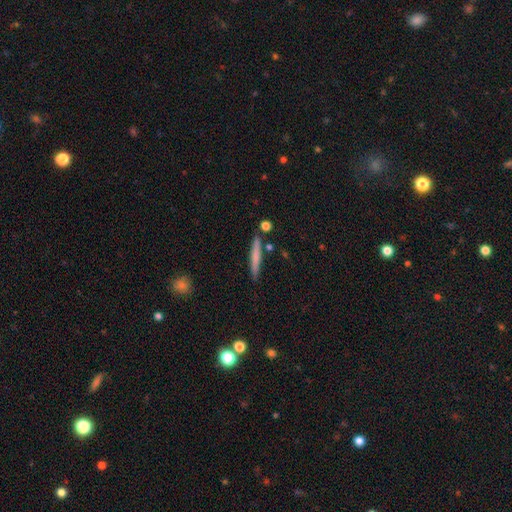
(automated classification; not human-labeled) smooth_or_featured: smooth (p=0.64) [alt: featured or disk p=0.30]
how_rounded: cigar-shaped (p=0.95) [alt: in between p=0.03]
merging: none (p=0.86) [alt: minor disturbance p=0.09]